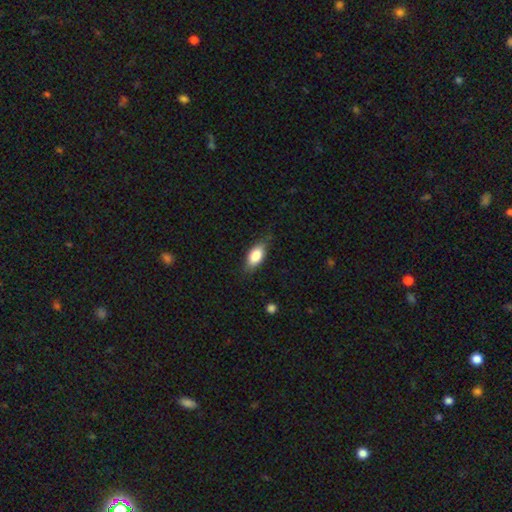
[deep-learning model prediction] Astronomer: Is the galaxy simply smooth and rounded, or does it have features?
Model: smooth — 80%.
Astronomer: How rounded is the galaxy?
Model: in between — 86%.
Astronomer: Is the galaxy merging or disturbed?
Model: none — 73%.